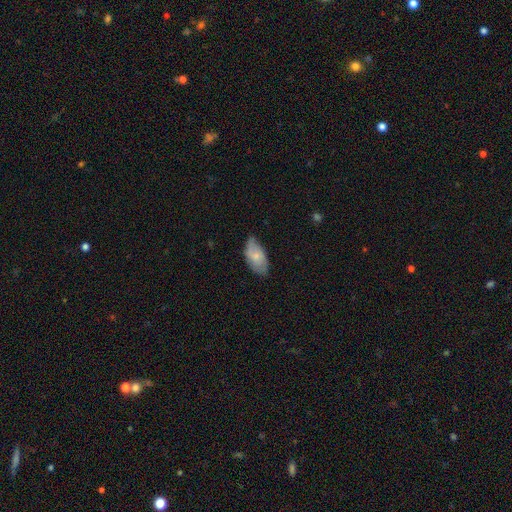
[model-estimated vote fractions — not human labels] Morphology: type=smooth (65%); roundness=in between (93%); merging=none (61%).